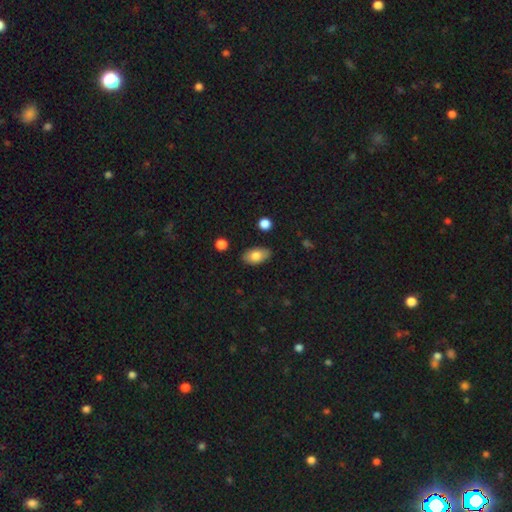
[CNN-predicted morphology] A smooth galaxy with no disk features (80%) that is in between round and cigar-shaped (92%).

Vote fractions:
- Smooth or featured? smooth: 80% / featured or disk: 12% / star or artifact: 7%
- How rounded? in between: 92% / round: 5% / cigar-shaped: 3%
- Merging? none: 85% / minor disturbance: 11% / major disturbance: 2% / merger: 2%